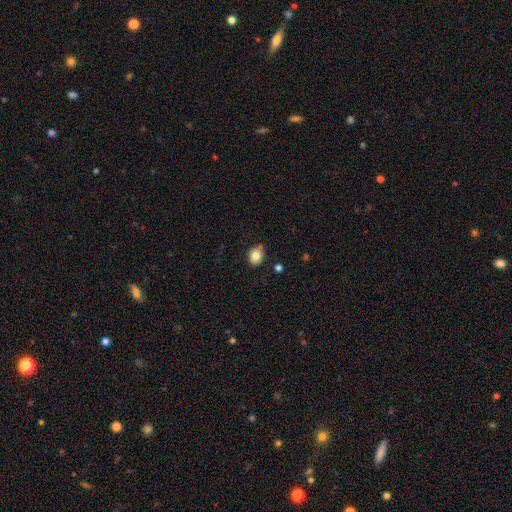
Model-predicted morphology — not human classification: Overall: smooth (82%). How rounded: round (56%; in between 43%). Merging: none (77%).